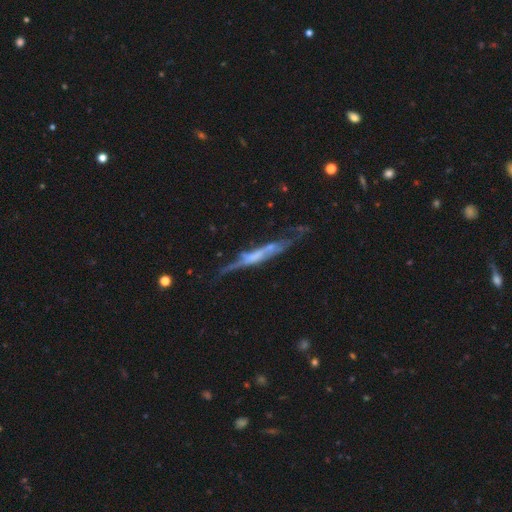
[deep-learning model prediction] Smooth or featured? Predicted: featured or disk (p=0.71). Edge-on disk? Predicted: yes (p=0.83). Edge-on bulge? Predicted: none (p=0.45). Merging? Predicted: none (p=0.51).